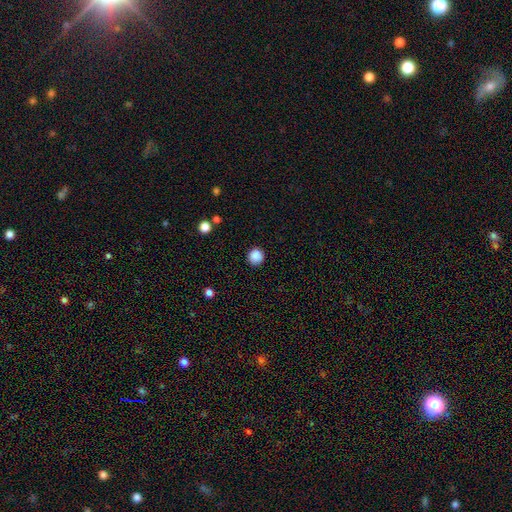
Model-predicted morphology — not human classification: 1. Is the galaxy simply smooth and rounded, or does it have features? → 87% smooth, 10% star or artifact, 3% featured or disk.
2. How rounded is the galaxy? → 93% round, 6% in between, 1% cigar-shaped.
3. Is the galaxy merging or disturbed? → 90% none, 7% minor disturbance, 2% major disturbance, 1% merger.